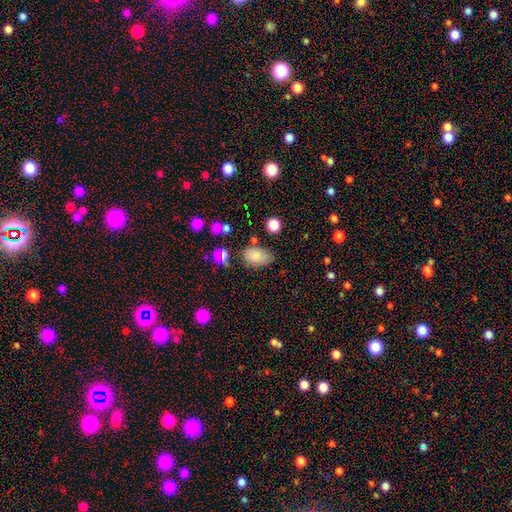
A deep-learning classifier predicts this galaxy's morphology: Q: Smooth or featured?
A: smooth (79%); runner-up: star or artifact (12%)
Q: How rounded?
A: in between (90%); runner-up: round (9%)
Q: Merging?
A: none (69%); runner-up: minor disturbance (19%)